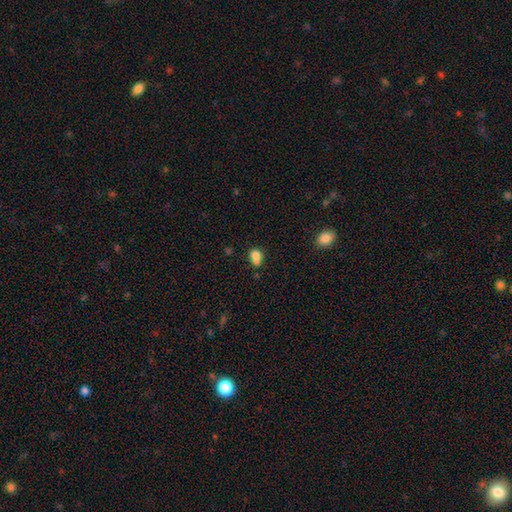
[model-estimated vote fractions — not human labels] smooth-or-featured: smooth: 79% | star or artifact: 12% | featured or disk: 9%
  how-rounded: in between: 64% | round: 34% | cigar-shaped: 2%
  merging: none: 41% | minor disturbance: 27% | merger: 23% | major disturbance: 10%